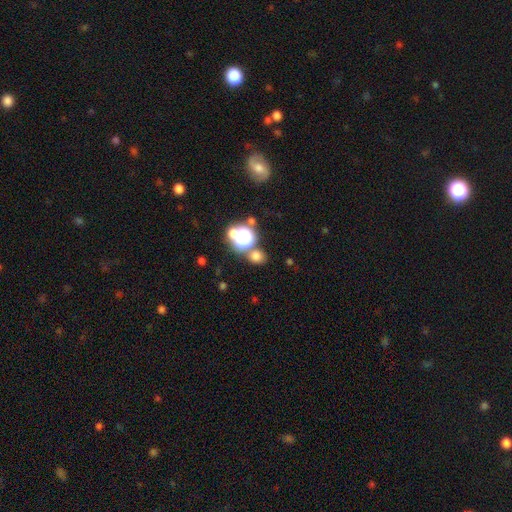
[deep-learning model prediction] This is likely a smooth galaxy (65%). How rounded: likely round (72%). Merging: likely none (71%).